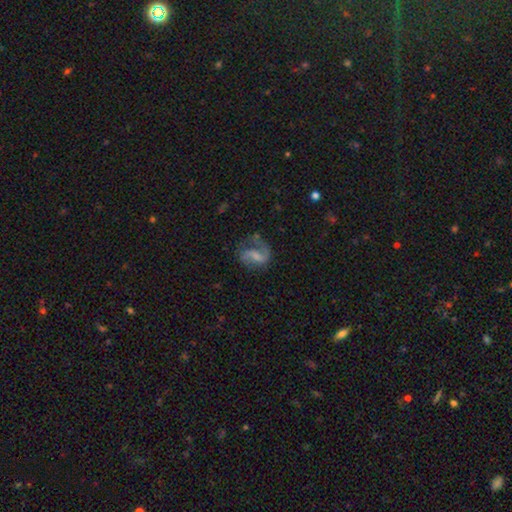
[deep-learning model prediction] Smooth or featured? featured or disk (74%)
Edge-on disk? no (98%)
Bar? weak (49%)
Spiral arms? yes (91%)
Spiral winding? loose (48%)
Spiral arm count? 2 (78%)
Bulge size? none (37%)
Merging? none (54%)